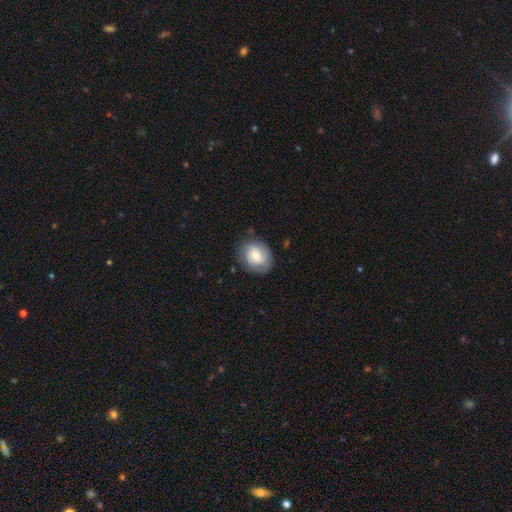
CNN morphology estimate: Smooth or featured? smooth (64%)
How rounded? round (58%)
Merging? none (74%)